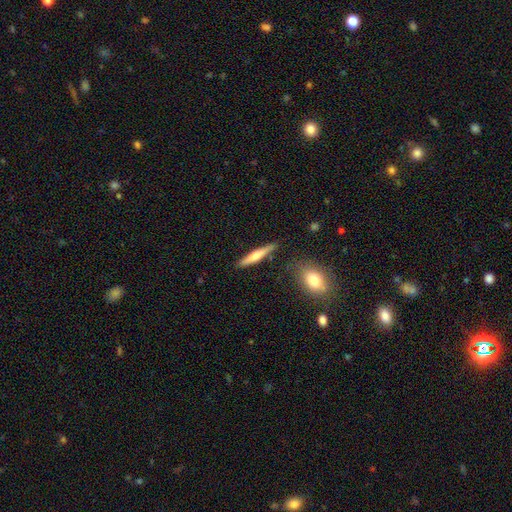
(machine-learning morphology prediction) Smooth or featured: smooth — 55% (featured or disk — 39%)
How rounded: cigar-shaped — 90% (in between — 8%)
Merging: none — 84% (minor disturbance — 11%)